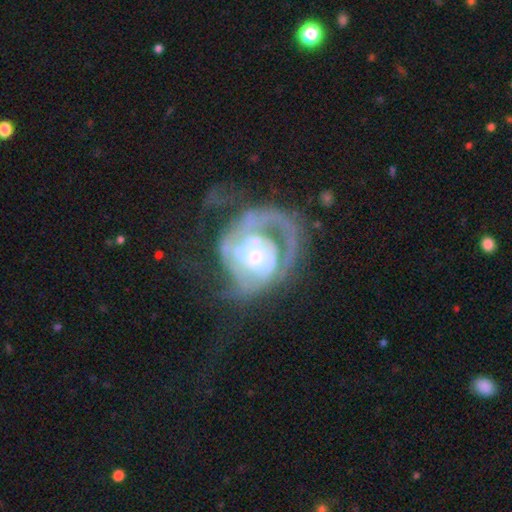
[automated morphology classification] smooth_or_featured: featured or disk (p=0.77) [alt: smooth p=0.16]
disk_edge_on: no (p=0.98) [alt: yes p=0.02]
bar: no (p=0.77) [alt: weak p=0.18]
has_spiral_arms: yes (p=0.64) [alt: no p=0.36]
bulge_size: small (p=0.55) [alt: moderate p=0.29]
merging: major disturbance (p=0.44) [alt: none p=0.23]